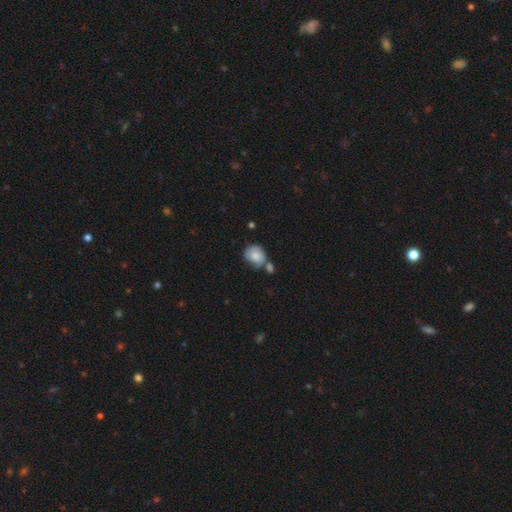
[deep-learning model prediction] Morphology: type=smooth (80%); roundness=round (63%); merging=none (46%).